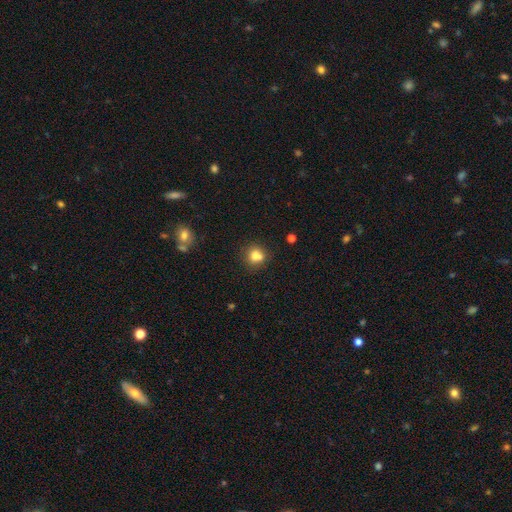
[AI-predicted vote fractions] Smooth or featured: smooth — 79% (star or artifact — 11%)
How rounded: round — 79% (in between — 20%)
Merging: none — 58% (merger — 23%)